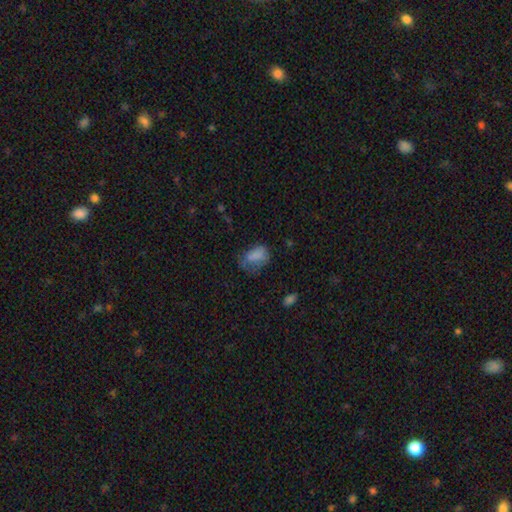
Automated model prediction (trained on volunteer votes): Smooth or featured?
  - smooth: 75% *
  - featured or disk: 14%
  - star or artifact: 11%
How rounded?
  - in between: 80% *
  - round: 18%
  - cigar-shaped: 2%
Merging?
  - none: 38% *
  - minor disturbance: 31%
  - major disturbance: 29%
  - merger: 2%